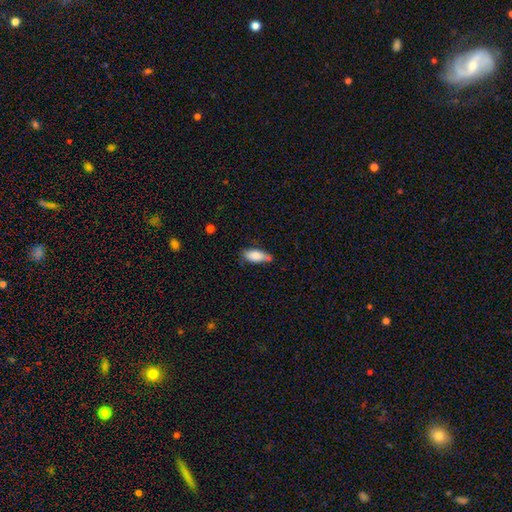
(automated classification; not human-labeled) Smooth or featured? Predicted: smooth (p=0.82). How rounded? Predicted: in between (p=0.79). Merging? Predicted: none (p=0.55).